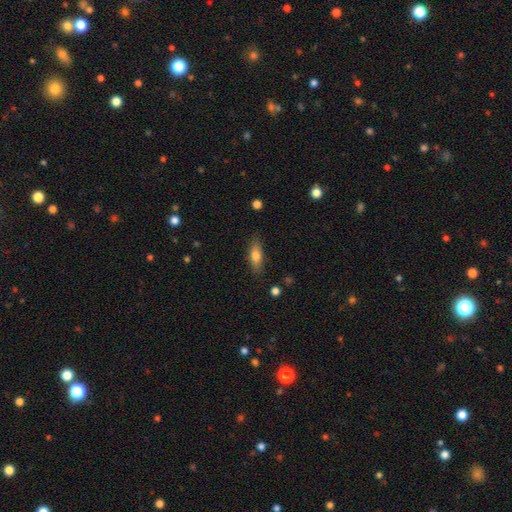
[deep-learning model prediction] smooth 74%, featured or disk 19%, star or artifact 7%. Down the decision tree: how rounded — in between (63%); merging — none (84%).